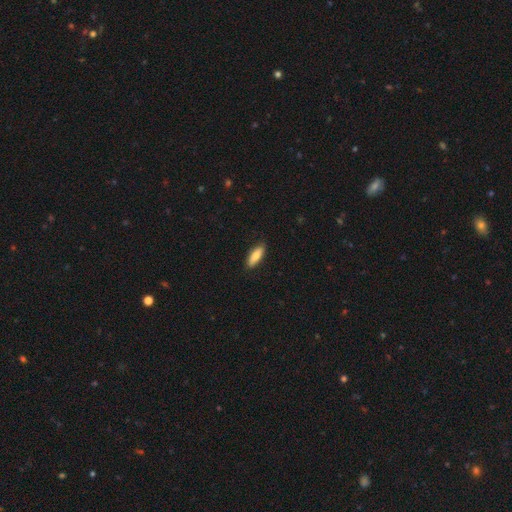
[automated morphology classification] A smooth galaxy with no disk features (77%) that is in between round and cigar-shaped (58%). Merging: none (88%).